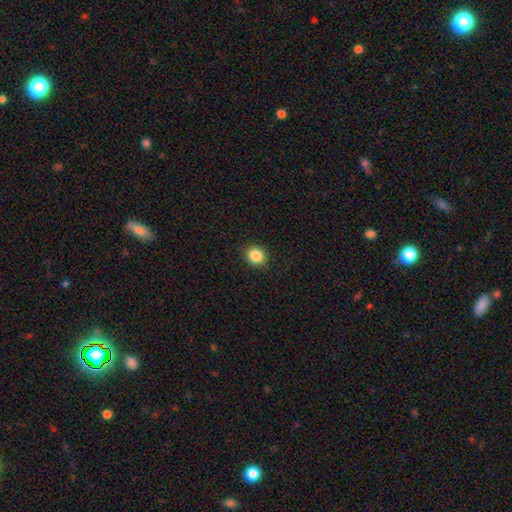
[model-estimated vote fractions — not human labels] A smooth galaxy with no disk features (87%) that is round (77%). Merging: none (91%).